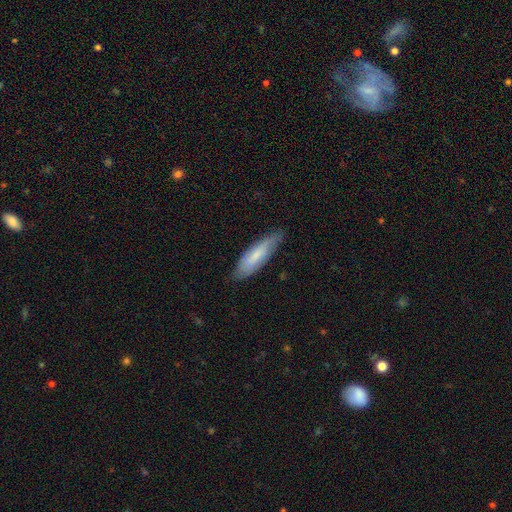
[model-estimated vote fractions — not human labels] smooth_or_featured: smooth (p=0.65) [alt: featured or disk p=0.30]
how_rounded: cigar-shaped (p=0.60) [alt: in between p=0.38]
merging: none (p=0.75) [alt: minor disturbance p=0.20]